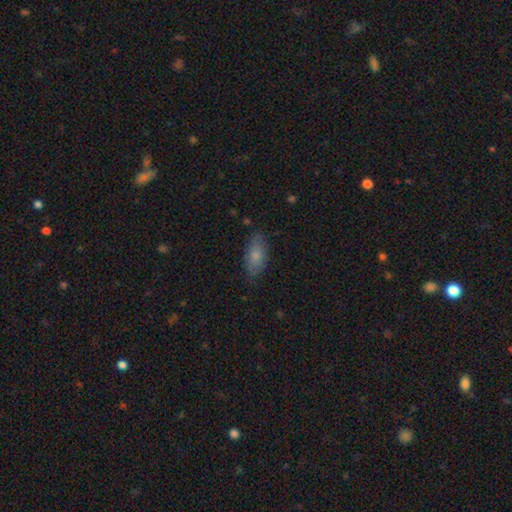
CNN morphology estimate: The model was most divided on "smooth or featured": smooth: 76%, featured or disk: 16%, star or artifact: 7%. More confident: how rounded — in between (86%); merging — none (79%).